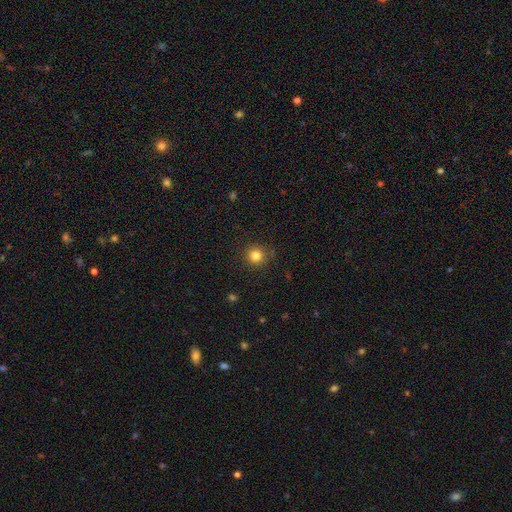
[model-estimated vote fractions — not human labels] A smooth galaxy with no disk features (82%) that is round (93%).

Vote fractions:
- Smooth or featured? smooth: 82% / star or artifact: 12% / featured or disk: 5%
- How rounded? round: 93% / in between: 6% / cigar-shaped: 1%
- Merging? none: 88% / minor disturbance: 8% / major disturbance: 3% / merger: 1%